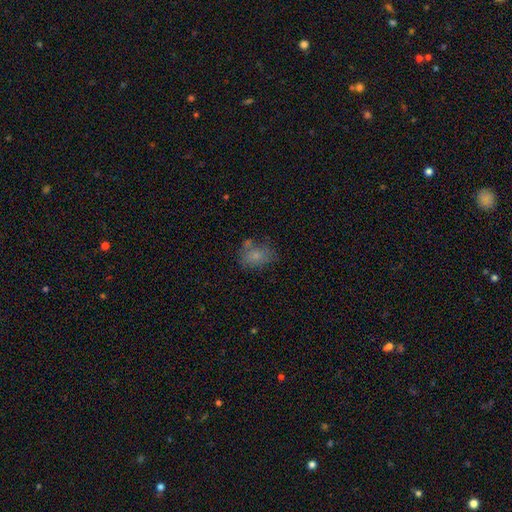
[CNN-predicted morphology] A smooth galaxy with no disk features (72%) that is in between round and cigar-shaped (64%).

Vote fractions:
- Smooth or featured? smooth: 72% / featured or disk: 17% / star or artifact: 11%
- How rounded? in between: 64% / round: 34% / cigar-shaped: 1%
- Merging? none: 49% / minor disturbance: 23% / merger: 15% / major disturbance: 13%